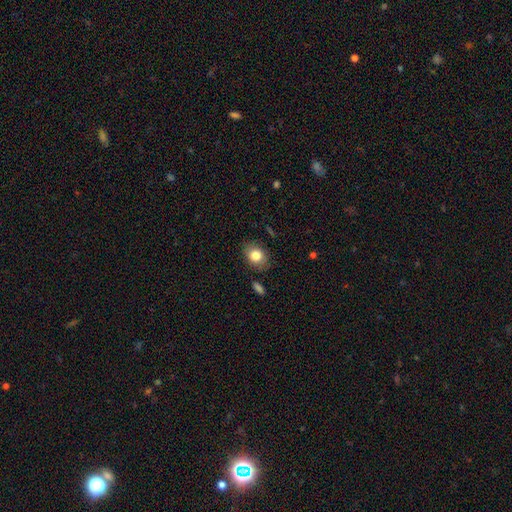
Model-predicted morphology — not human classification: Q: Smooth or featured?
A: smooth (81%); runner-up: featured or disk (11%)
Q: How rounded?
A: in between (60%); runner-up: round (39%)
Q: Merging?
A: none (82%); runner-up: minor disturbance (13%)